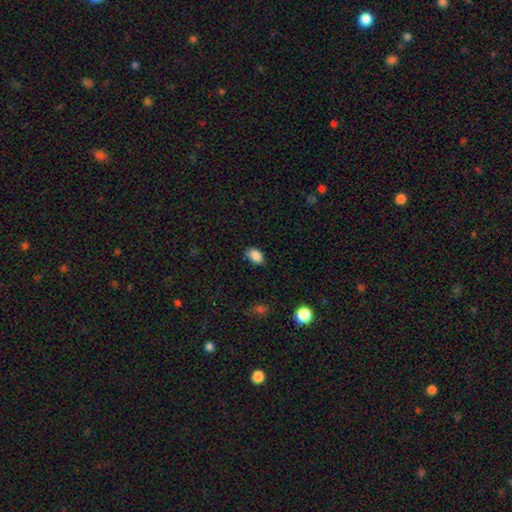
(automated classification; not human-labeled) This is clearly a smooth galaxy (86%). How rounded: clearly in between (87%). Merging: likely none (76%).